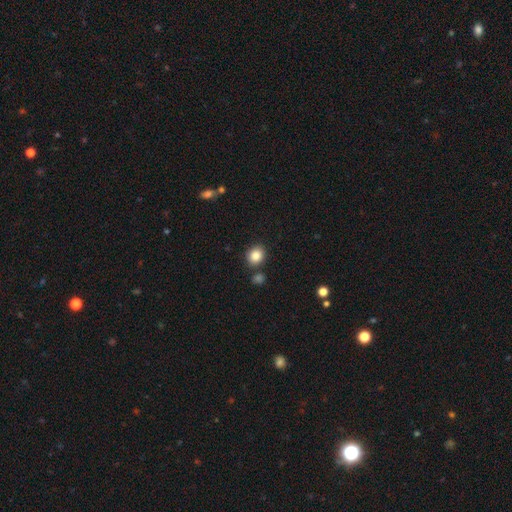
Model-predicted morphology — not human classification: This appears to be a smooth galaxy with no disk features (86%) that is round (70%). Merging: none (79%).